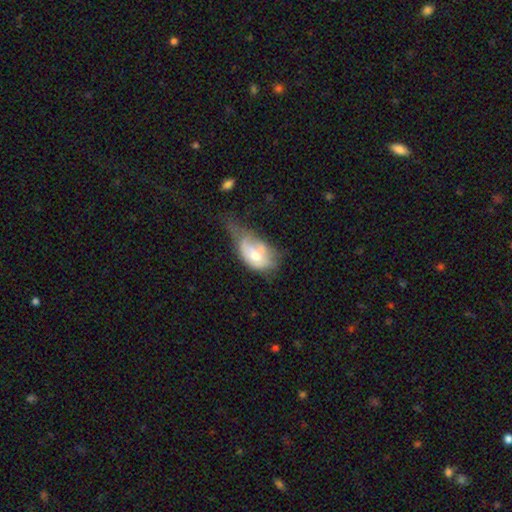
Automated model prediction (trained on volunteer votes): Smooth or featured? smooth (52%)
How rounded? in between (86%)
Merging? major disturbance (41%)